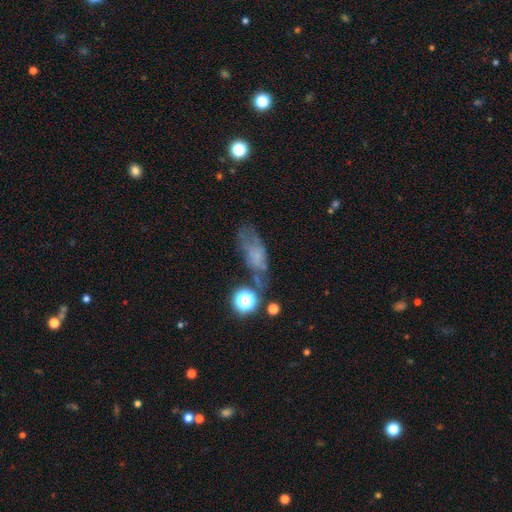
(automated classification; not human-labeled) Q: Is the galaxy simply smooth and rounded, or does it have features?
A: smooth — 47%.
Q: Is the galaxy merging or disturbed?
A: none — 43%.